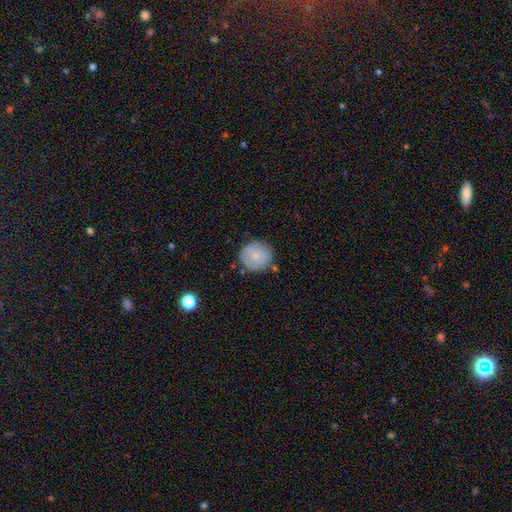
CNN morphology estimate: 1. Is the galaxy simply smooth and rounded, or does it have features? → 74% smooth, 18% featured or disk, 8% star or artifact.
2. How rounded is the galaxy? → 89% round, 10% in between, 1% cigar-shaped.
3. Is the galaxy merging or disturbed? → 78% none, 14% minor disturbance, 4% merger, 3% major disturbance.